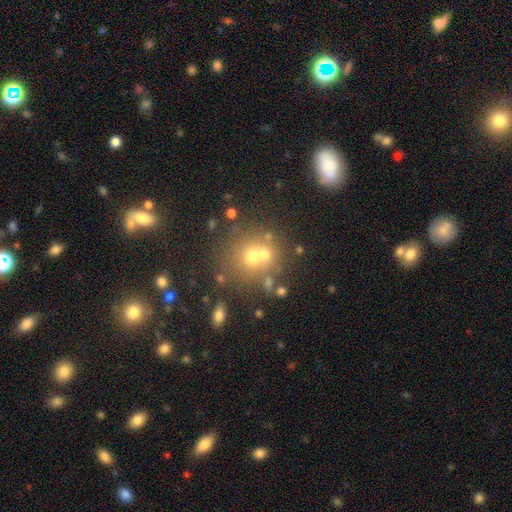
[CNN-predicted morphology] The model was most divided on "merging": none: 47%, merger: 40%, minor disturbance: 8%, major disturbance: 5%. More confident: how rounded — round (85%); smooth or featured — smooth (58%).